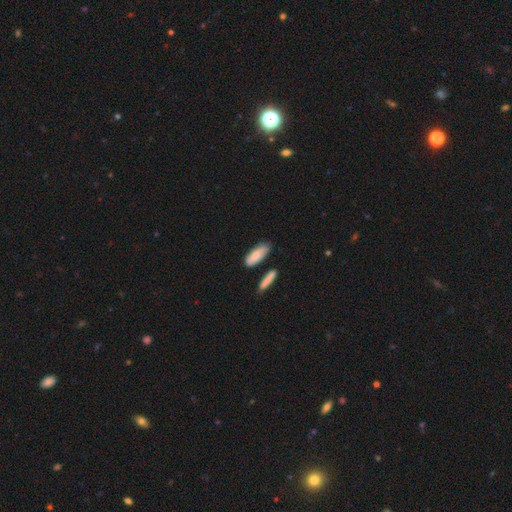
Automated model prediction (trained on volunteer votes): This appears to be a smooth galaxy with no disk features (81%) that is in between round and cigar-shaped (64%). Merging: none (73%).